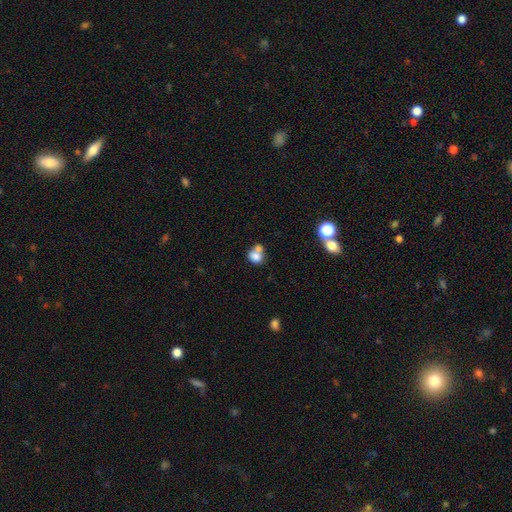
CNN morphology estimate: Overall: smooth (76%). How rounded: round (61%; in between 38%). Merging: merger (51%; none 33%).